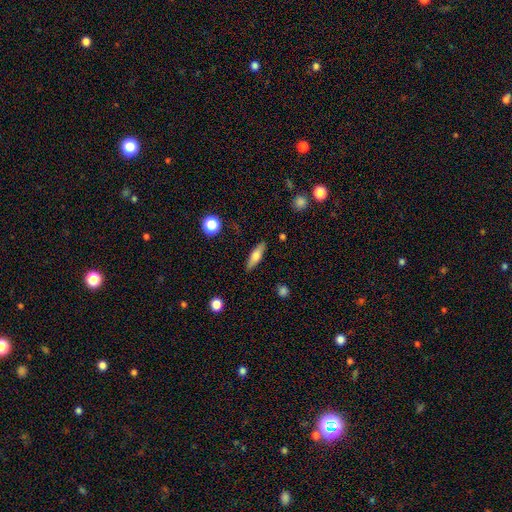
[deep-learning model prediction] smooth 65%, featured or disk 28%, star or artifact 7%. Down the decision tree: how rounded — cigar-shaped (55%); merging — none (86%).